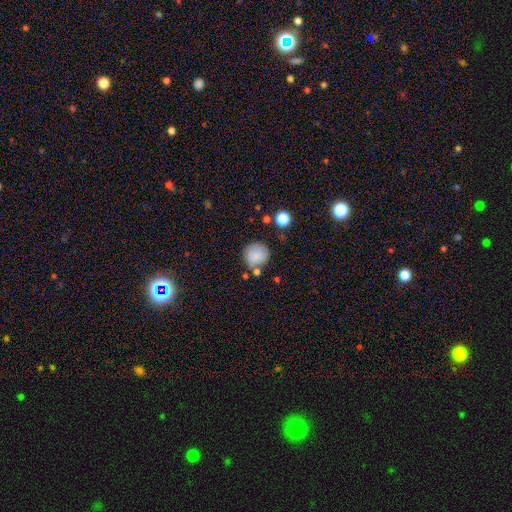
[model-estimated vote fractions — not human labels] smooth 85%, star or artifact 9%, featured or disk 6%. Down the decision tree: how rounded — round (92%); merging — none (76%).